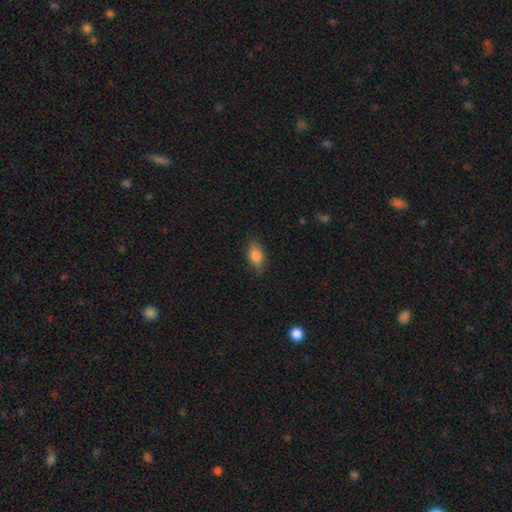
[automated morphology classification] smooth-or-featured: smooth: 81% | featured or disk: 11% | star or artifact: 8%
  how-rounded: in between: 86% | cigar-shaped: 7% | round: 7%
  merging: none: 81% | minor disturbance: 15% | major disturbance: 3% | merger: 1%